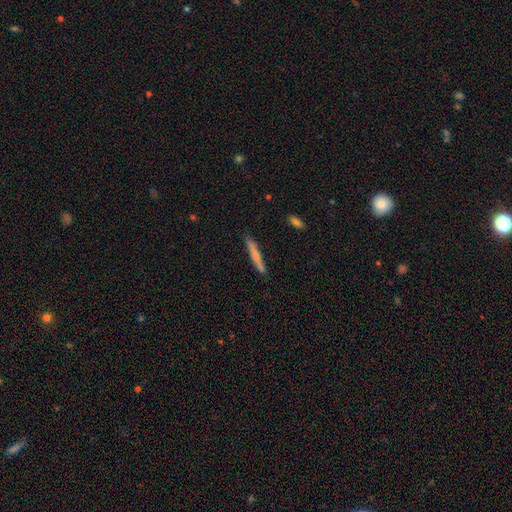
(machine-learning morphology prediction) Smooth or featured? smooth (63%)
How rounded? cigar-shaped (96%)
Merging? none (88%)